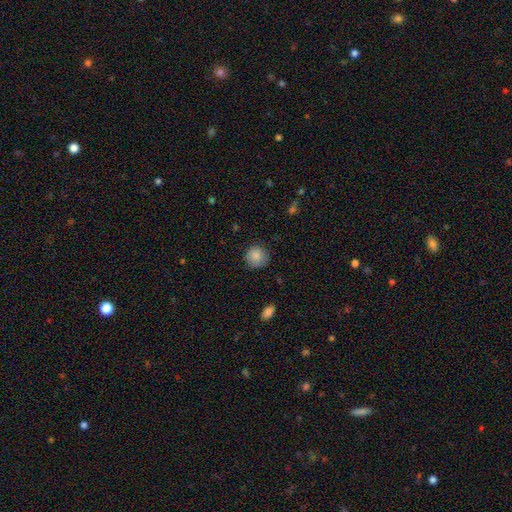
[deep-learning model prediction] smooth-or-featured: smooth: 86% | star or artifact: 8% | featured or disk: 6%
  how-rounded: round: 91% | in between: 8% | cigar-shaped: 1%
  merging: none: 81% | minor disturbance: 15% | major disturbance: 3% | merger: 1%